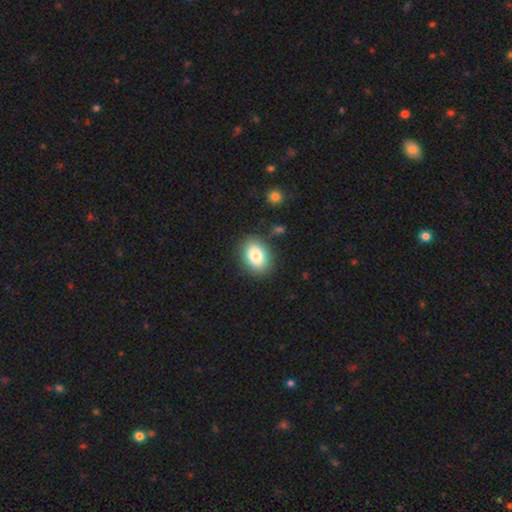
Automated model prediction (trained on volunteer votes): The model was most divided on "how rounded": in between: 73%, round: 26%, cigar-shaped: 1%. More confident: merging — none (85%); smooth or featured — smooth (81%).